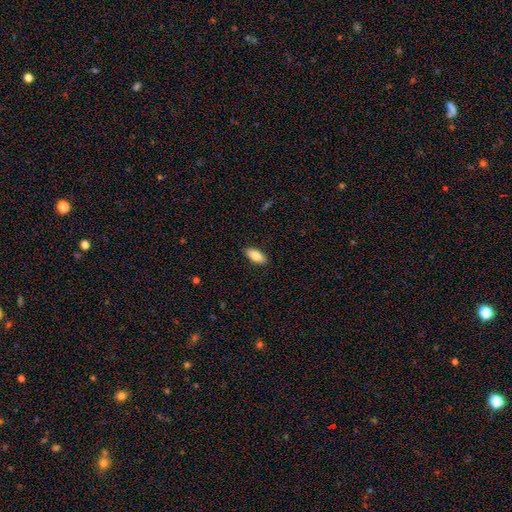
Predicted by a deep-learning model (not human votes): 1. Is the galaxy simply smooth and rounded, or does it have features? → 83% smooth, 11% featured or disk, 6% star or artifact.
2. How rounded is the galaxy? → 84% in between, 14% cigar-shaped, 2% round.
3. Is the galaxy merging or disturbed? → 90% none, 8% minor disturbance, 2% major disturbance, 1% merger.